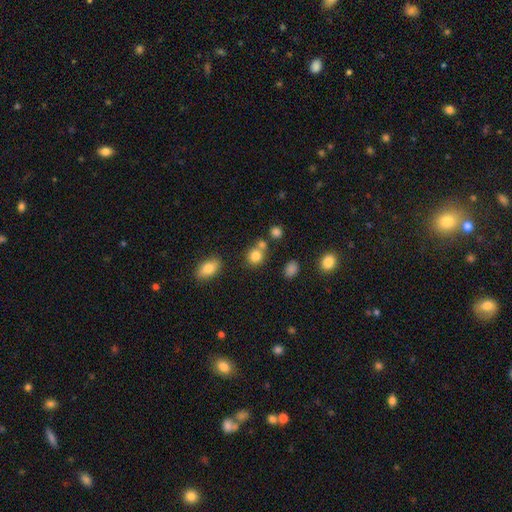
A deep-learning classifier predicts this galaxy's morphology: smooth-or-featured: smooth: 80% | star or artifact: 12% | featured or disk: 8%
  how-rounded: round: 75% | in between: 24% | cigar-shaped: 1%
  merging: none: 57% | merger: 27% | minor disturbance: 12% | major disturbance: 4%